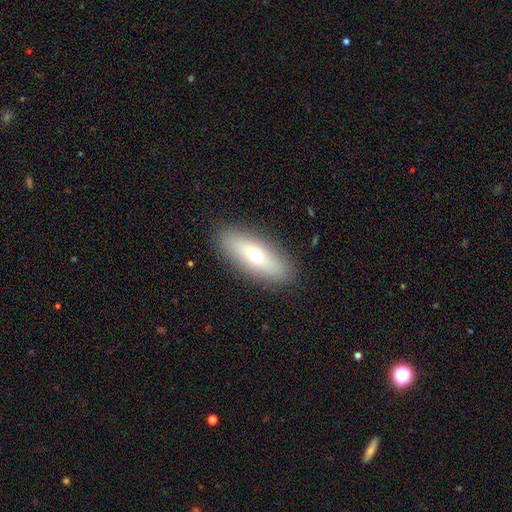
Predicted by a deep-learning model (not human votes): Smooth or featured? smooth (61%)
How rounded? in between (64%)
Merging? none (89%)